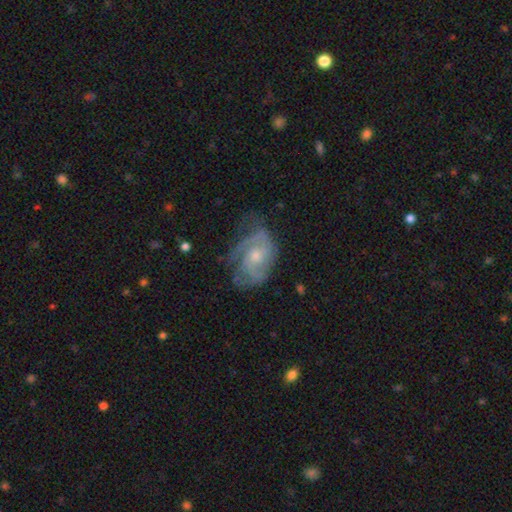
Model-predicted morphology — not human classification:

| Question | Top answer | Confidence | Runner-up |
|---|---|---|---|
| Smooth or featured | featured or disk | 79% | smooth (14%) |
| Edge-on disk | no | 97% | yes (3%) |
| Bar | no | 71% | weak (25%) |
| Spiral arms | yes | 91% | no (9%) |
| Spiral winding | tight | 46% | medium (40%) |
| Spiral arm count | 2 | 41% | can't tell (25%) |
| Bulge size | moderate | 51% | small (43%) |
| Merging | none | 55% | minor disturbance (26%) |